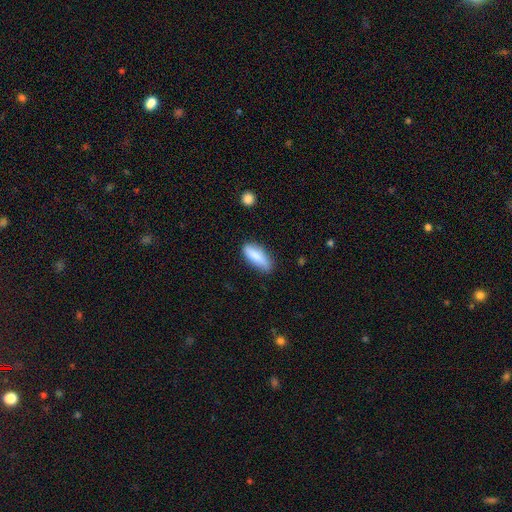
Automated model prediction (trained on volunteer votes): Smooth or featured? smooth (81%)
How rounded? in between (65%)
Merging? none (74%)